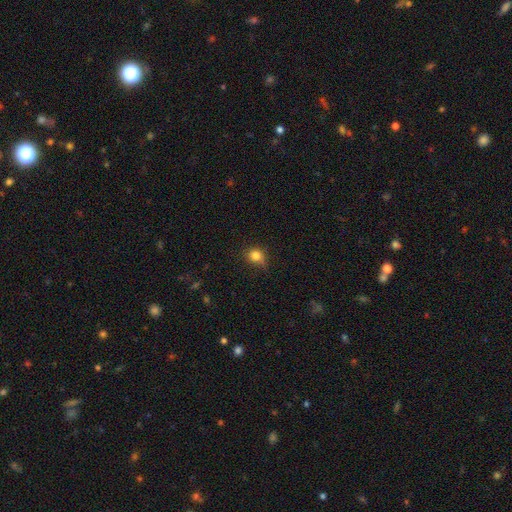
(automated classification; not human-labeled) This is clearly a smooth galaxy (81%). How rounded: likely round (78%). Merging: likely none (66%).